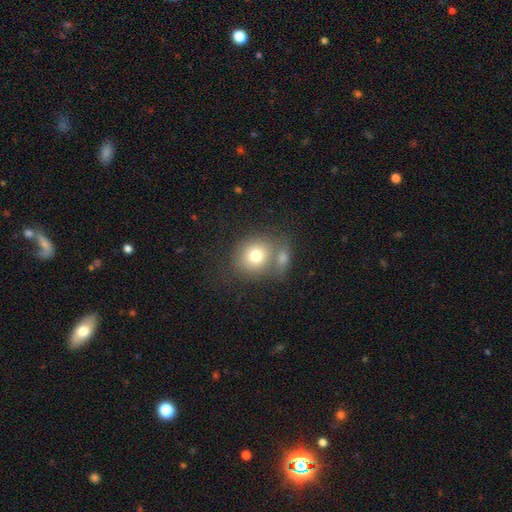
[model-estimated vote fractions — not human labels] Smooth or featured? Predicted: smooth (p=0.76). How rounded? Predicted: round (p=0.77). Merging? Predicted: none (p=0.47).